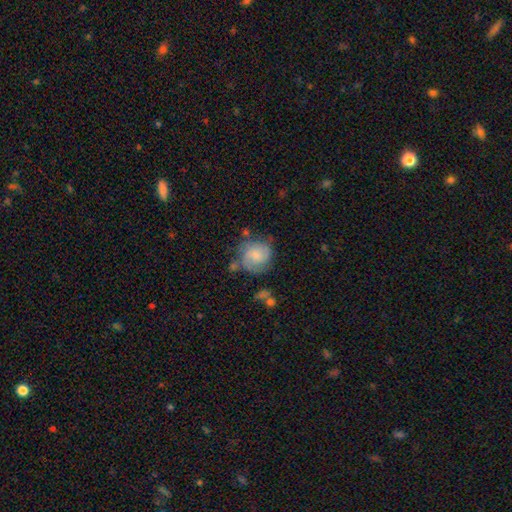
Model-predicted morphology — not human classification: smooth-or-featured: smooth: 59% | featured or disk: 33% | star or artifact: 8%
  how-rounded: round: 81% | in between: 18% | cigar-shaped: 1%
  merging: none: 54% | minor disturbance: 26% | major disturbance: 12% | merger: 8%